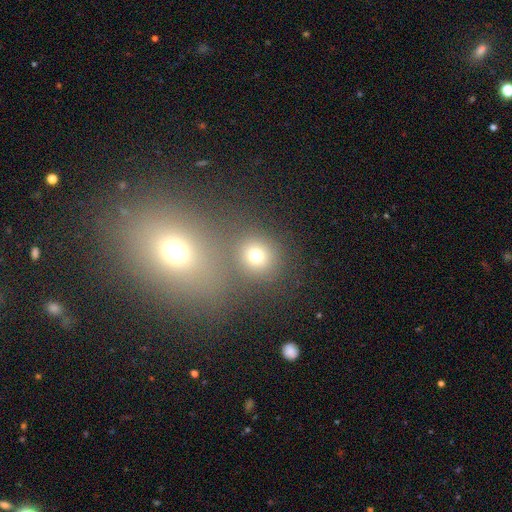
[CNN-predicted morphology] smooth 72%, star or artifact 19%, featured or disk 9%. Down the decision tree: how rounded — round (85%); merging — none (72%).